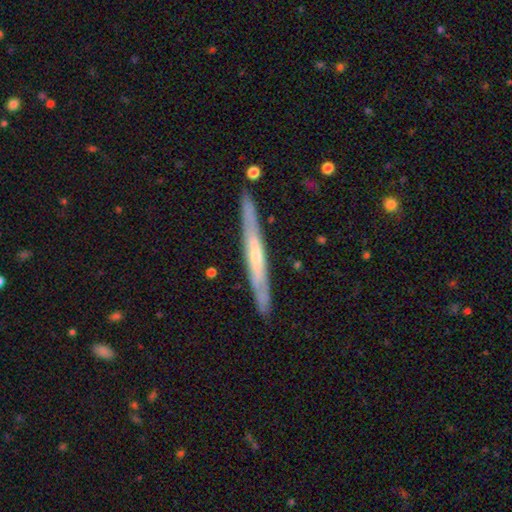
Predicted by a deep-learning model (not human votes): A featured or disk galaxy (65%) viewed edge-on (92%) with no central bulge (59%). Merging: none (88%).